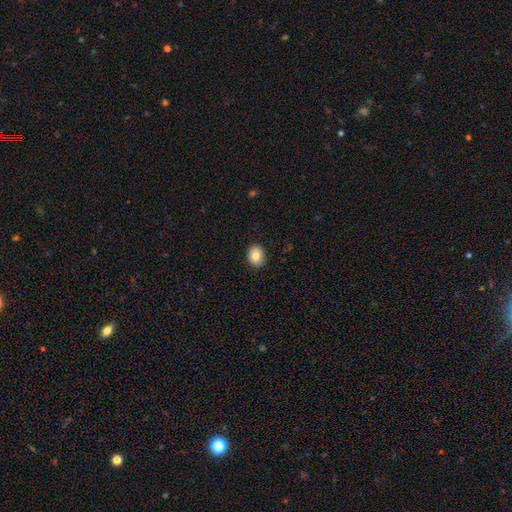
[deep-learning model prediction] Smooth or featured? Predicted: smooth (p=0.84). How rounded? Predicted: in between (p=0.60). Merging? Predicted: none (p=0.90).